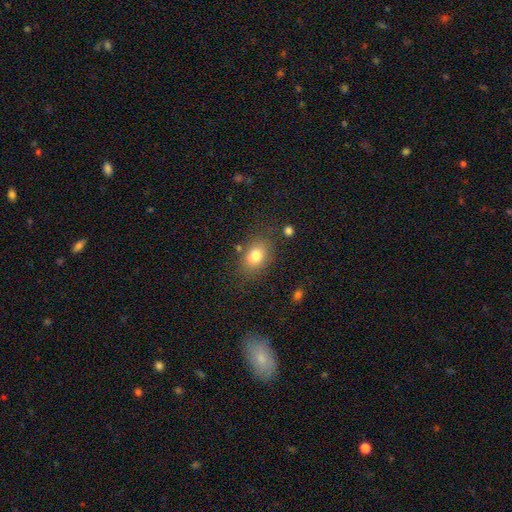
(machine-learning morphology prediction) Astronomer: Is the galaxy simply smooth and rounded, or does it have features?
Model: smooth — 80%.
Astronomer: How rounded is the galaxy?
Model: in between — 70%.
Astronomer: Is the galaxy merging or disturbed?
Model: none — 77%.